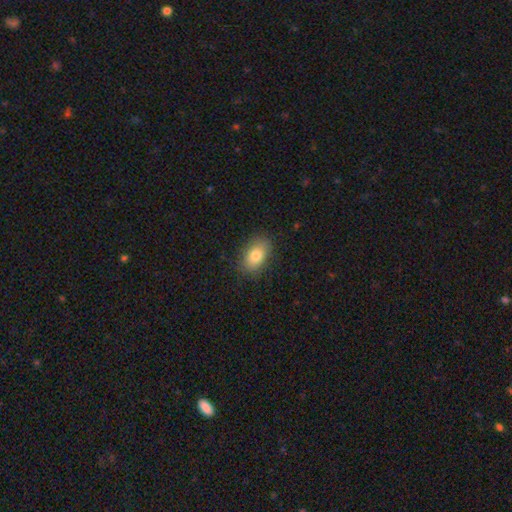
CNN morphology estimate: This appears to be a smooth galaxy with no disk features (81%) that is in between round and cigar-shaped (88%). Merging: none (84%).